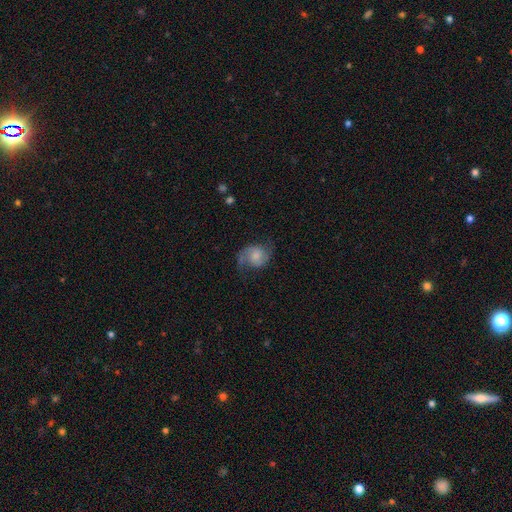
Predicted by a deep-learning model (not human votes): featured or disk 70%, smooth 23%, star or artifact 8%. Down the decision tree: edge-on disk — no (98%); bar — no (64%); spiral arms — yes (94%); spiral arm count — 2 (87%); spiral winding — medium (44%); bulge size — moderate (40%); merging — none (66%).